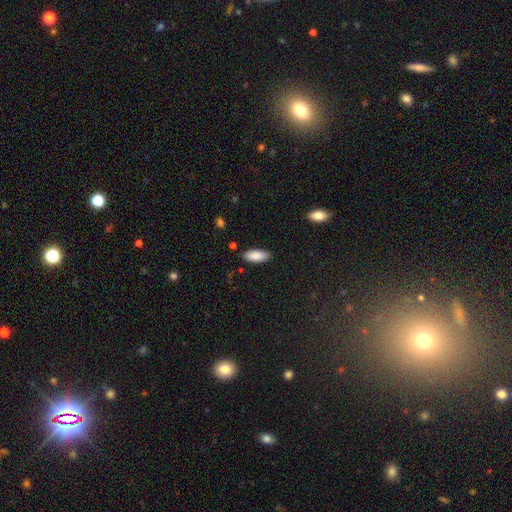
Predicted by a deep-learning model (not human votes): Overall: smooth (88%). How rounded: in between (81%). Merging: none (86%).